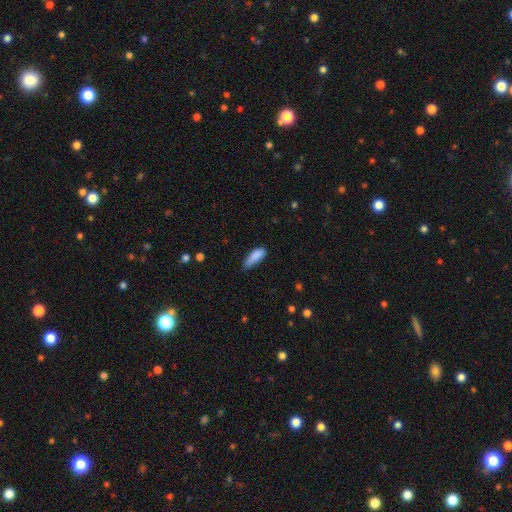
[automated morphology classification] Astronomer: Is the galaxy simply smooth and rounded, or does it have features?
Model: smooth — 85%.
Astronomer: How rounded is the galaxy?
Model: in between — 63%.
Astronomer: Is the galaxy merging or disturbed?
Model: minor disturbance — 45% (runner-up: none, 41%).